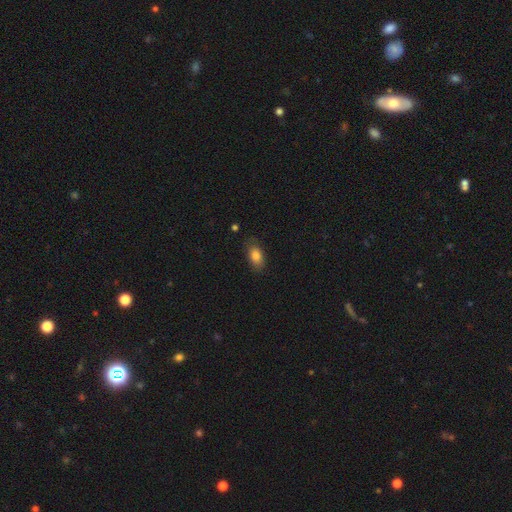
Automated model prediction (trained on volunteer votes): Morphology: type=smooth (82%); roundness=in between (89%); merging=none (77%).